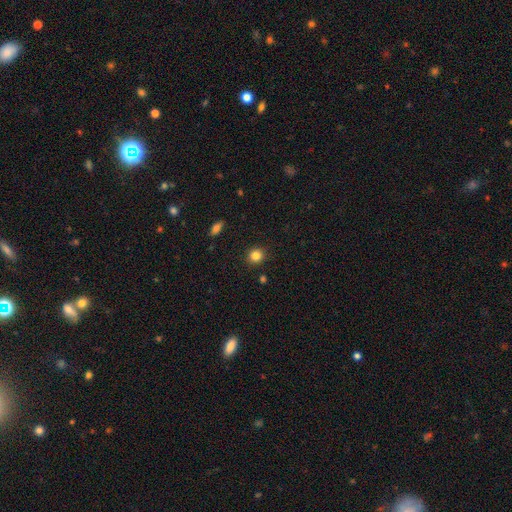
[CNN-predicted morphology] Smooth or featured? smooth (84%)
How rounded? round (88%)
Merging? none (90%)